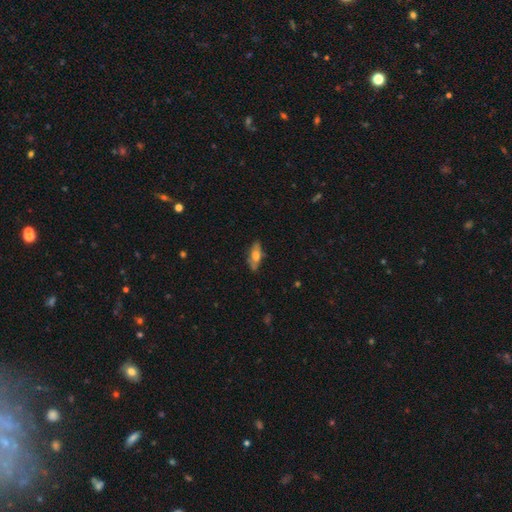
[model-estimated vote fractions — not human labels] Smooth or featured? smooth (61%)
How rounded? in between (67%)
Merging? none (76%)